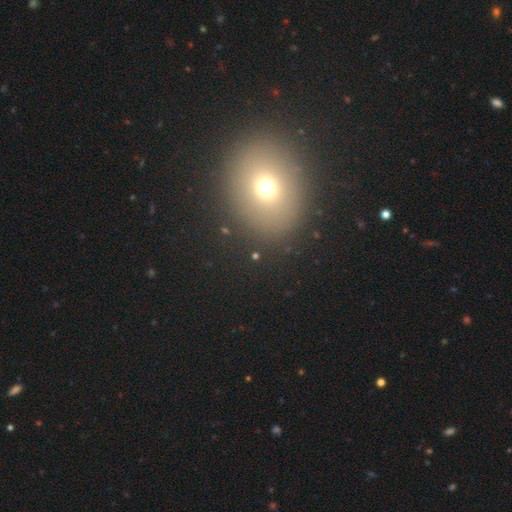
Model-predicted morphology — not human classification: smooth_or_featured: smooth (p=0.60) [alt: star or artifact p=0.28]
how_rounded: round (p=0.73) [alt: in between p=0.26]
merging: none (p=0.84) [alt: minor disturbance p=0.08]